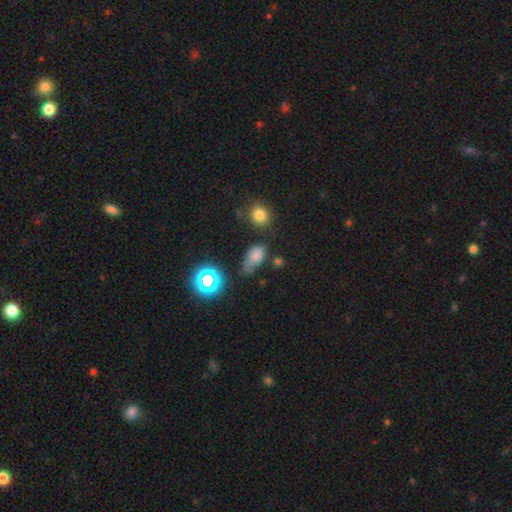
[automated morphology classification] This appears to be a smooth galaxy with no disk features (68%) that is in between round and cigar-shaped (82%). Merging: none (42%).